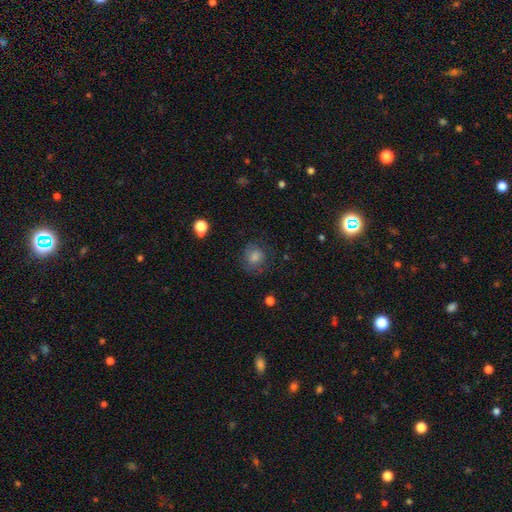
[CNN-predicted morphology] Q: Smooth or featured?
A: smooth (54%); runner-up: star or artifact (23%)
Q: How rounded?
A: round (83%); runner-up: in between (16%)
Q: Merging?
A: none (77%); runner-up: minor disturbance (14%)